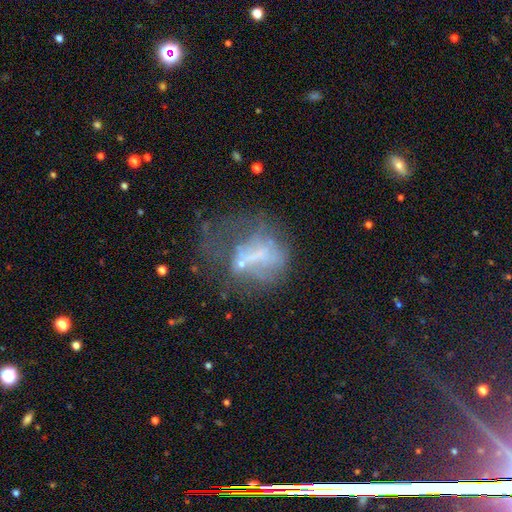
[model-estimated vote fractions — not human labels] Smooth or featured? featured or disk (48%)
Merging? major disturbance (39%)